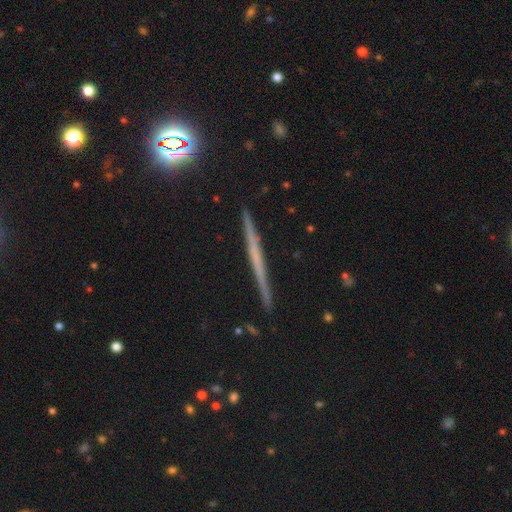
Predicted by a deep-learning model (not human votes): Smooth or featured? Predicted: featured or disk (p=0.58). Edge-on disk? Predicted: yes (p=0.98). Edge-on bulge? Predicted: none (p=0.88). Merging? Predicted: none (p=0.92).